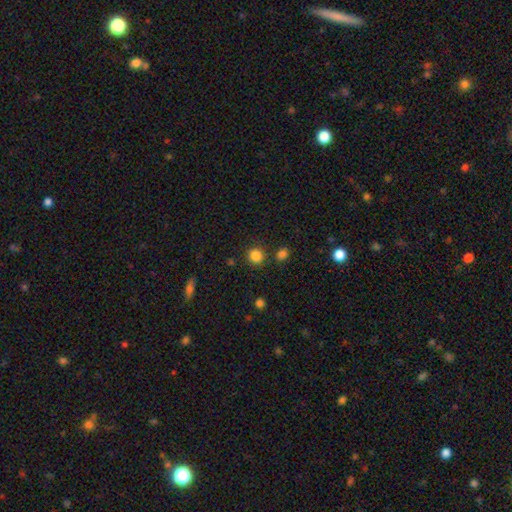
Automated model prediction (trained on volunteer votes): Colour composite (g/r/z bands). It shows a smooth galaxy with no disk features (84%) that is round (84%). Merging: none (82%).